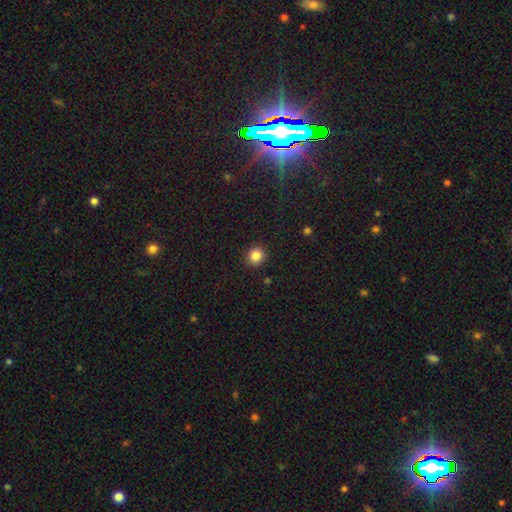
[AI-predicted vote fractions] This appears to be a smooth galaxy with no disk features (85%) that is round (89%). Merging: none (91%).